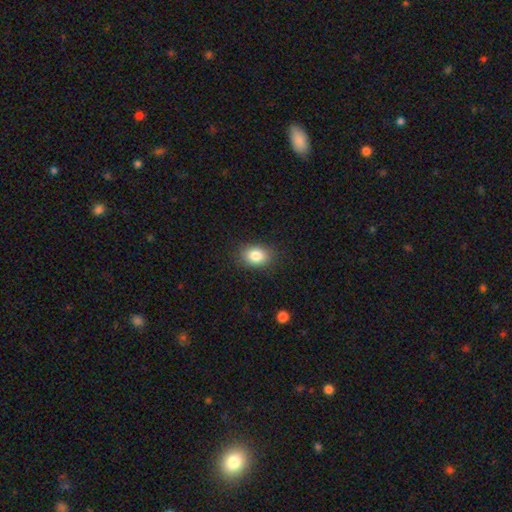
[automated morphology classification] Smooth or featured? Predicted: smooth (p=0.84). How rounded? Predicted: in between (p=0.71). Merging? Predicted: none (p=0.87).